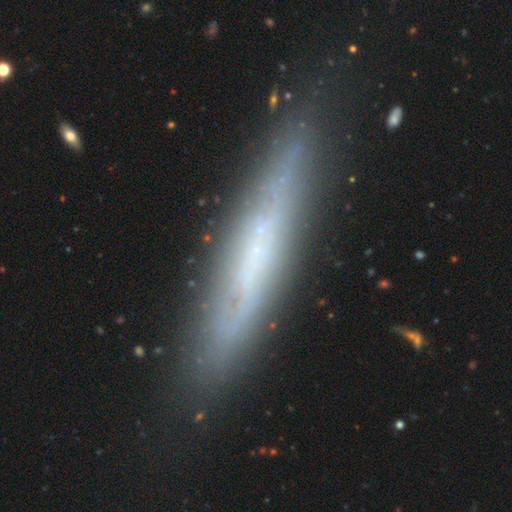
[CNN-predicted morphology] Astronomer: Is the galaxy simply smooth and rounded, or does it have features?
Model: featured or disk — 61%.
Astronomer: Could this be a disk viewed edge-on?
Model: yes — 77%.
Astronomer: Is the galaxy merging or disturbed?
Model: none — 81%.